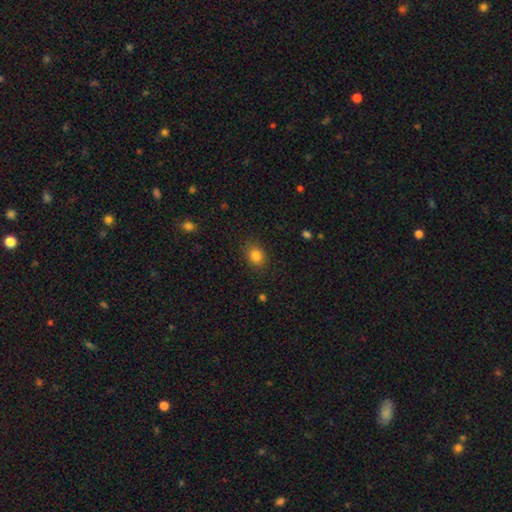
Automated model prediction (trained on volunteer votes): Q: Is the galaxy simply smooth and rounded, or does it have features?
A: smooth — 84%.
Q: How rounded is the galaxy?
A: round — 57%.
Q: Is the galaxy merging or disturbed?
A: none — 85%.